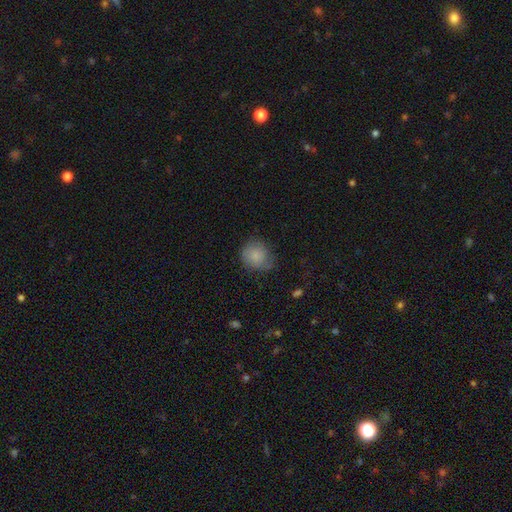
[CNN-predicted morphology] A smooth galaxy with no disk features (82%) that is round (82%). Merging: none (68%).